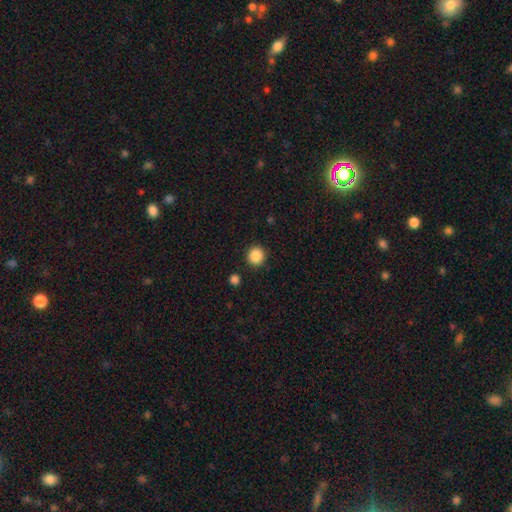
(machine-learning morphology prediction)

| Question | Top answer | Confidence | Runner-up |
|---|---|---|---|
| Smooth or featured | smooth | 87% | star or artifact (9%) |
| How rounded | round | 92% | in between (7%) |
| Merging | none | 91% | minor disturbance (5%) |